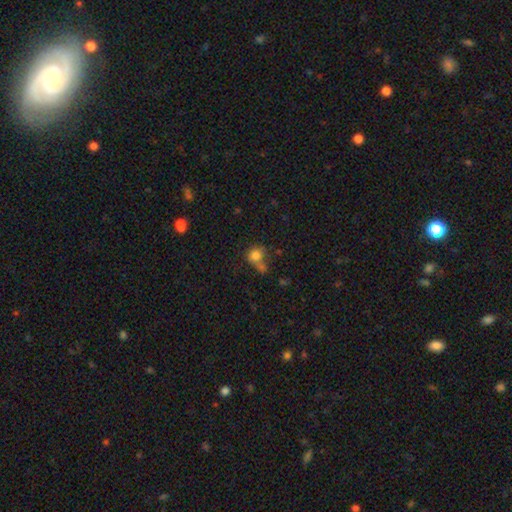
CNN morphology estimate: A smooth galaxy with no disk features (78%) that is round (70%). Merging: none (38%).